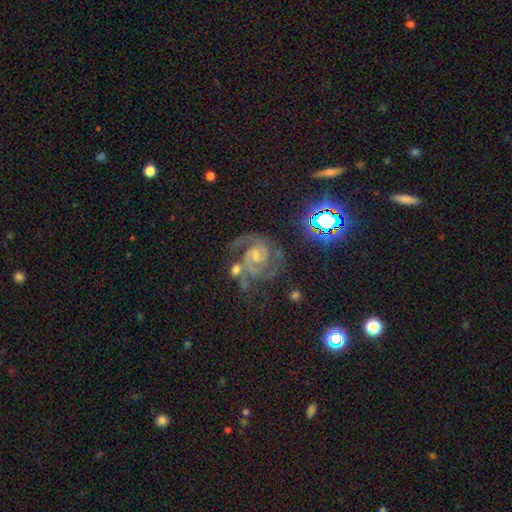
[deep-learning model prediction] The model was most divided on "spiral winding": tight: 49%, medium: 44%, loose: 7%. Remaining: edge-on disk — no (98%); spiral arms — yes (98%); smooth or featured — featured or disk (84%); spiral arm count — 2 (70%); merging — none (57%); bulge size — small (57%); bar — no (50%).